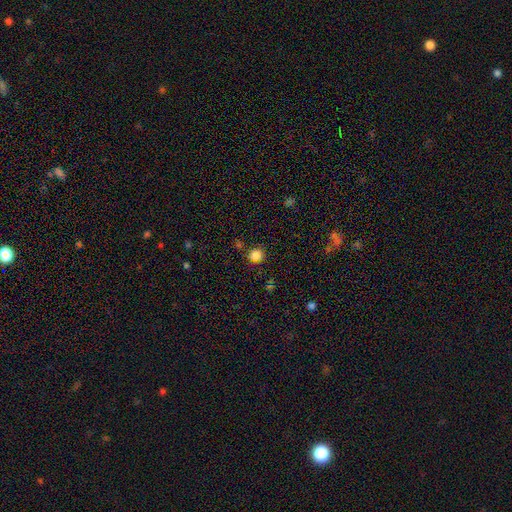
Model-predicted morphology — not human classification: A smooth galaxy with no disk features (83%) that is round (88%).

Vote fractions:
- Smooth or featured? smooth: 83% / star or artifact: 13% / featured or disk: 4%
- How rounded? round: 88% / in between: 11% / cigar-shaped: 1%
- Merging? none: 85% / minor disturbance: 9% / merger: 4% / major disturbance: 3%